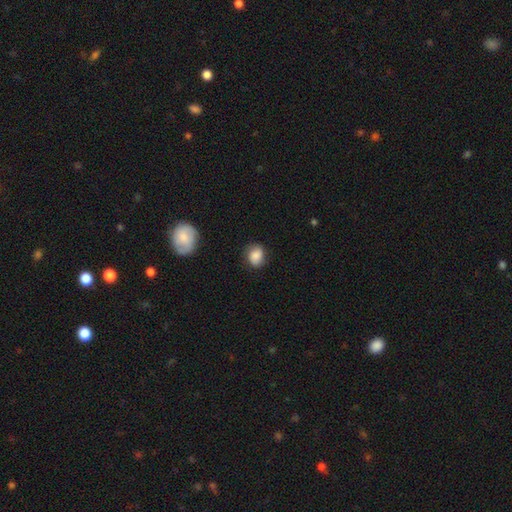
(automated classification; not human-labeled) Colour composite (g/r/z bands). It shows a smooth galaxy with no disk features (77%) that is round (55%). Merging: none (73%).